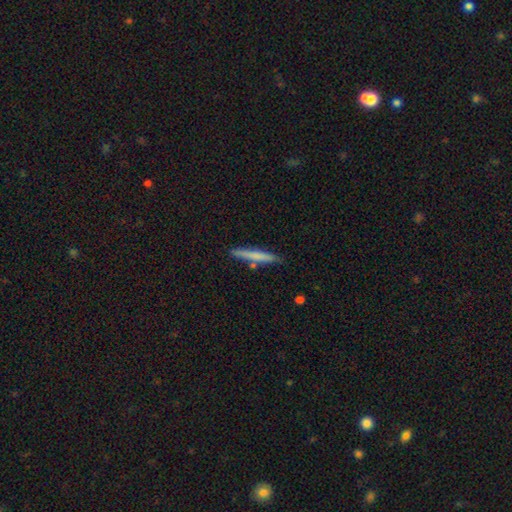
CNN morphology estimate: Q: Smooth or featured?
A: smooth (67%); runner-up: featured or disk (27%)
Q: How rounded?
A: cigar-shaped (95%); runner-up: in between (3%)
Q: Merging?
A: none (83%); runner-up: minor disturbance (10%)